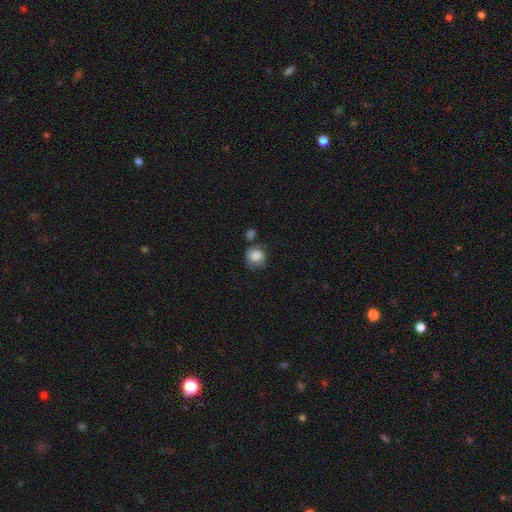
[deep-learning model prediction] Smooth or featured? Predicted: smooth (p=0.76). How rounded? Predicted: round (p=0.79). Merging? Predicted: none (p=0.54).